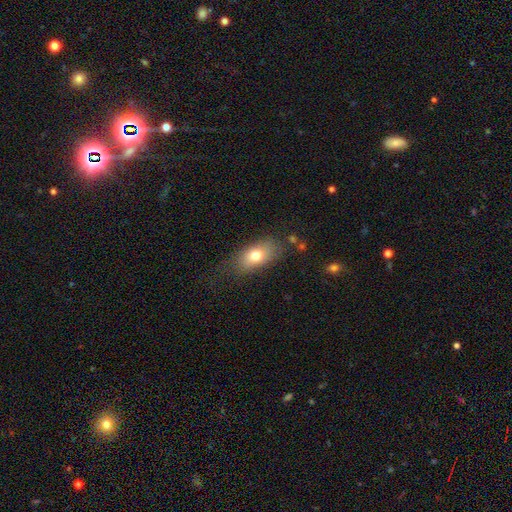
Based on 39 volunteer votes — Smooth or featured?
  - smooth: 69% *
  - featured or disk: 23%
  - star or artifact: 8%
How rounded?
  - in between: 81% *
  - round: 19%
  - cigar-shaped: 0%
Merging?
  - none: 75% *
  - minor disturbance: 17%
  - major disturbance: 6%
  - merger: 3%